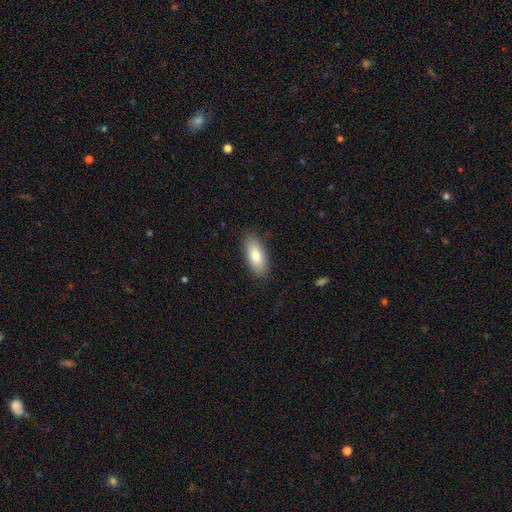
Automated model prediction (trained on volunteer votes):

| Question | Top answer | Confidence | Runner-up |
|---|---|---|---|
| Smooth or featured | smooth | 79% | featured or disk (14%) |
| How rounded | in between | 82% | cigar-shaped (16%) |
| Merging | none | 87% | minor disturbance (9%) |